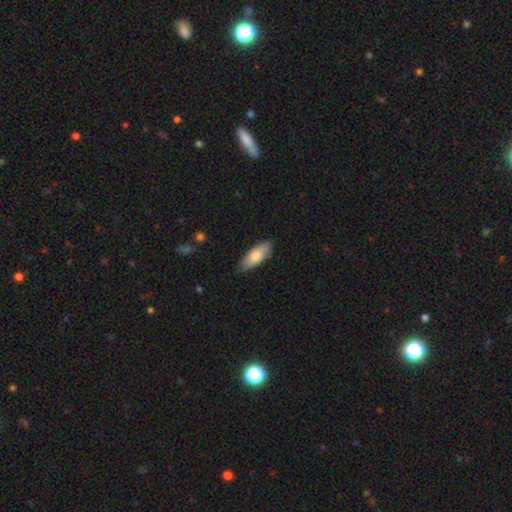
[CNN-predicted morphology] Smooth or featured? Predicted: smooth (p=0.77). How rounded? Predicted: in between (p=0.73). Merging? Predicted: none (p=0.83).